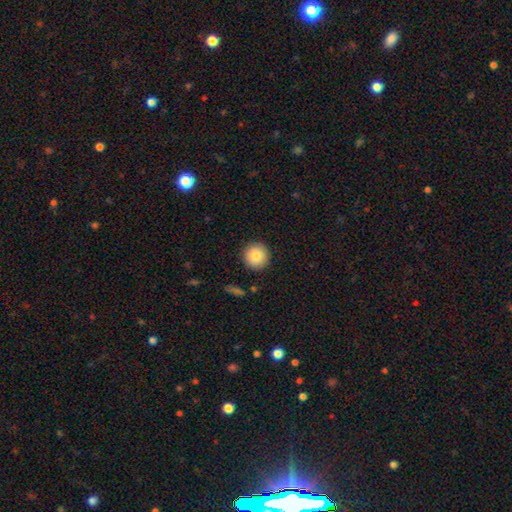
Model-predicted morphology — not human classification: smooth_or_featured: smooth (p=0.84) [alt: star or artifact p=0.08]
how_rounded: round (p=0.95) [alt: in between p=0.04]
merging: none (p=0.91) [alt: minor disturbance p=0.06]